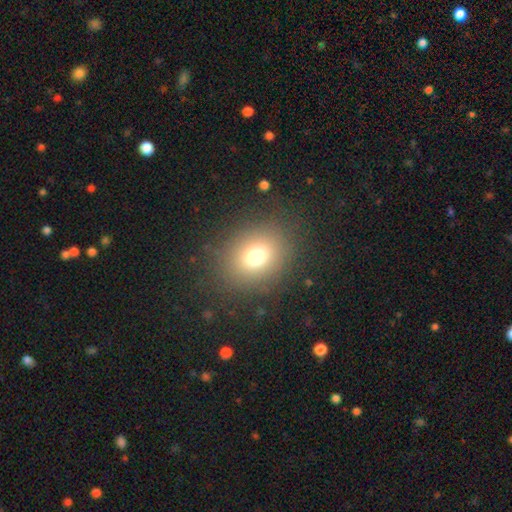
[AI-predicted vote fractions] This appears to be a smooth galaxy with no disk features (73%) that is round (54%). Merging: none (83%).